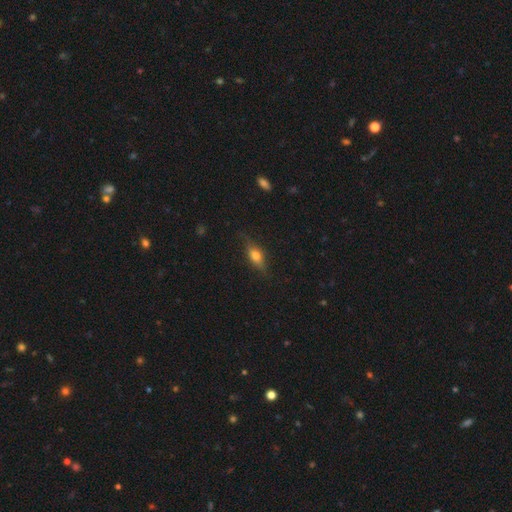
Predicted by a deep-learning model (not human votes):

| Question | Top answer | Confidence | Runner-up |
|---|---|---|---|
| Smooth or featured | smooth | 60% | featured or disk (31%) |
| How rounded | in between | 67% | cigar-shaped (25%) |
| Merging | none | 75% | minor disturbance (19%) |